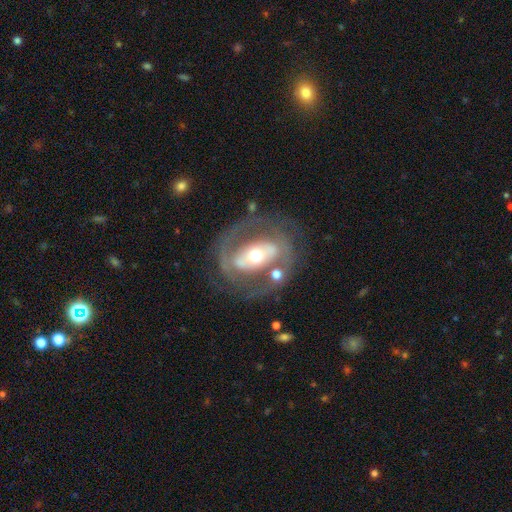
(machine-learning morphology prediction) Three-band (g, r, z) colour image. It shows a featured or disk galaxy (76%) with no bar (41%), spiral arms (54%) and a moderate central bulge (61%). Merging: none (67%).